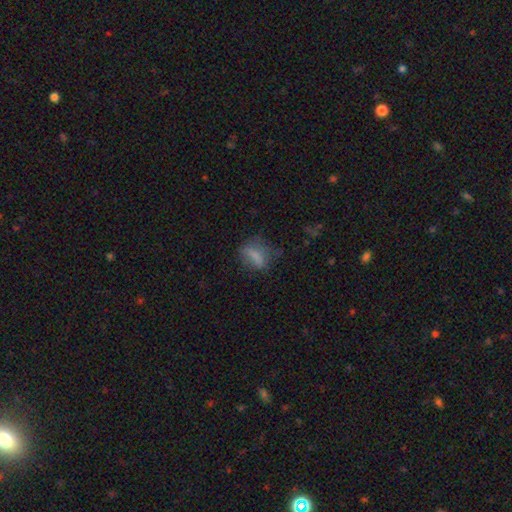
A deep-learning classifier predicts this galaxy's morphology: smooth-or-featured: smooth: 67% | featured or disk: 20% | star or artifact: 13%
  how-rounded: in between: 66% | round: 23% | cigar-shaped: 11%
  merging: none: 49% | minor disturbance: 27% | major disturbance: 21% | merger: 3%